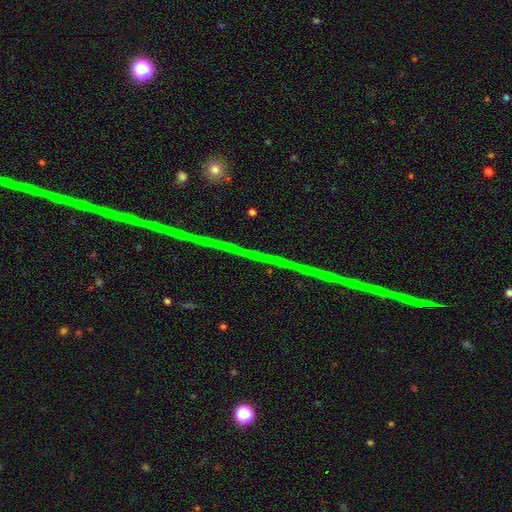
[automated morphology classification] smooth-or-featured: star or artifact: 78% | featured or disk: 15% | smooth: 8%